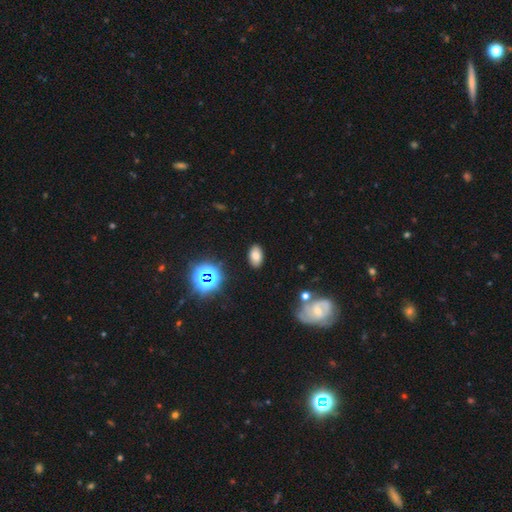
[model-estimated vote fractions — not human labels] smooth-or-featured: smooth: 71% | star or artifact: 18% | featured or disk: 11%
  how-rounded: in between: 91% | round: 7% | cigar-shaped: 2%
  merging: none: 87% | minor disturbance: 9% | major disturbance: 3% | merger: 2%